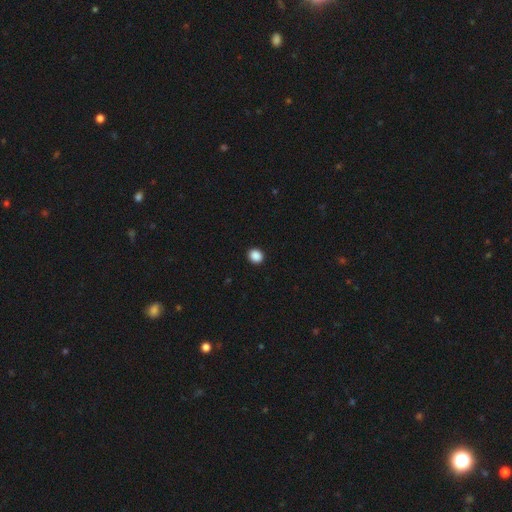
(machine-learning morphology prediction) Q: Smooth or featured?
A: smooth (88%); runner-up: star or artifact (9%)
Q: How rounded?
A: round (83%); runner-up: in between (16%)
Q: Merging?
A: none (93%); runner-up: minor disturbance (5%)